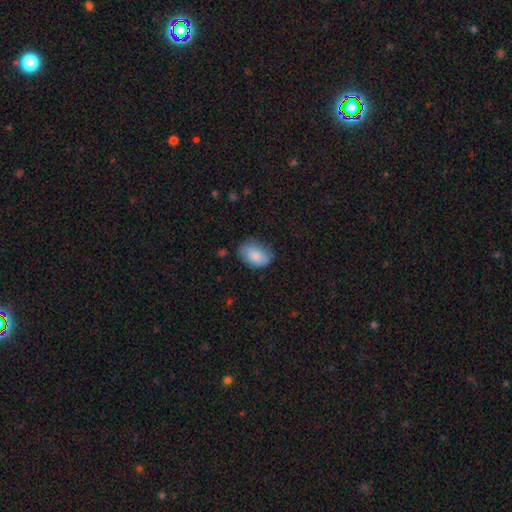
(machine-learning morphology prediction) Smooth or featured? Predicted: smooth (p=0.83). How rounded? Predicted: in between (p=0.87). Merging? Predicted: none (p=0.68).